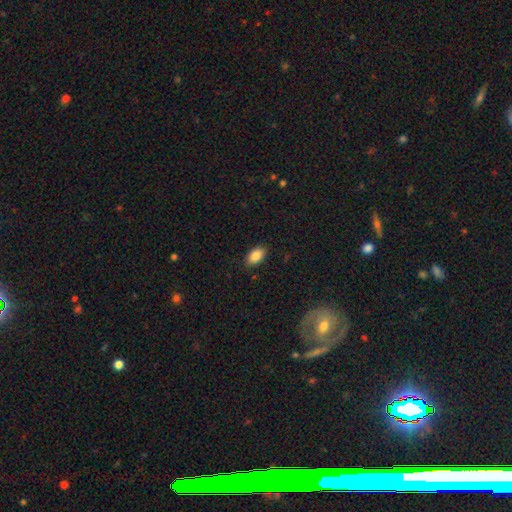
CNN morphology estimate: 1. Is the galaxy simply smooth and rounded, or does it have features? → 87% smooth, 7% star or artifact, 6% featured or disk.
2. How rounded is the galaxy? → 93% in between, 5% round, 2% cigar-shaped.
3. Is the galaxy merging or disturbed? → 87% none, 10% minor disturbance, 2% major disturbance, 1% merger.